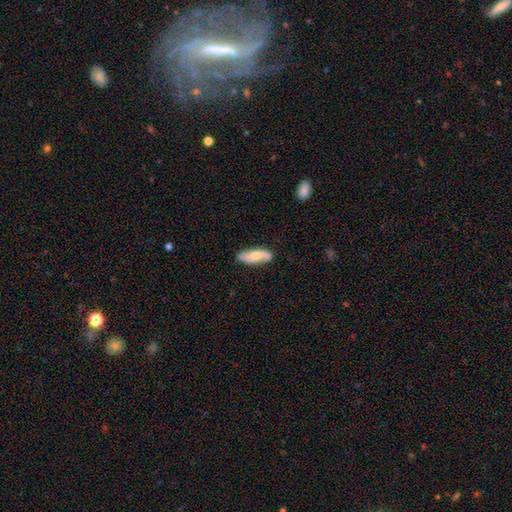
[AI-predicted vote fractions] smooth-or-featured: smooth: 50% | featured or disk: 44% | star or artifact: 6%
  how-rounded: in between: 62% | cigar-shaped: 35% | round: 3%
  merging: none: 77% | minor disturbance: 18% | major disturbance: 3% | merger: 2%